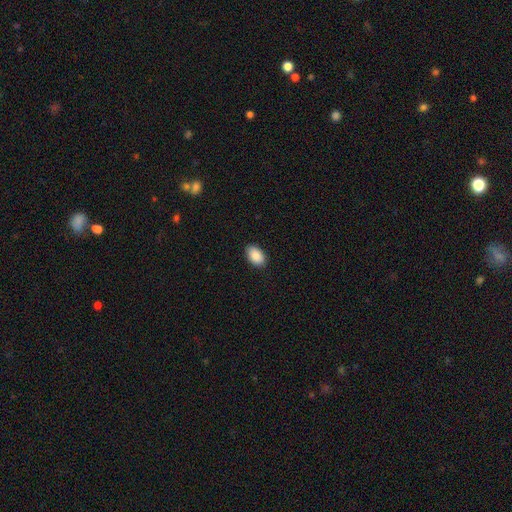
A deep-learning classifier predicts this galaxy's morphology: This is clearly a smooth galaxy (87%). How rounded: clearly in between (90%). Merging: clearly none (89%).